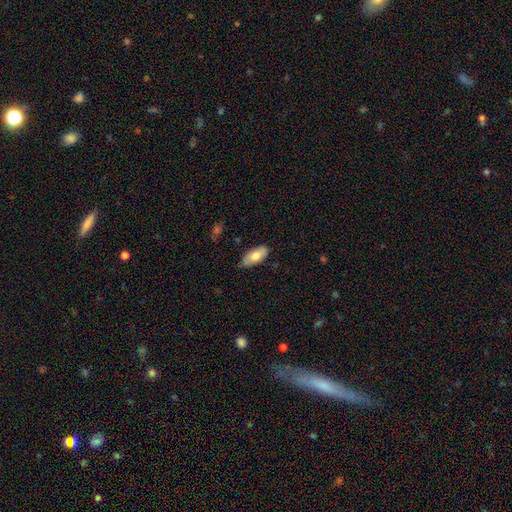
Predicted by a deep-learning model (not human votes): Overall: smooth (75%). How rounded: in between (90%). Merging: none (73%).